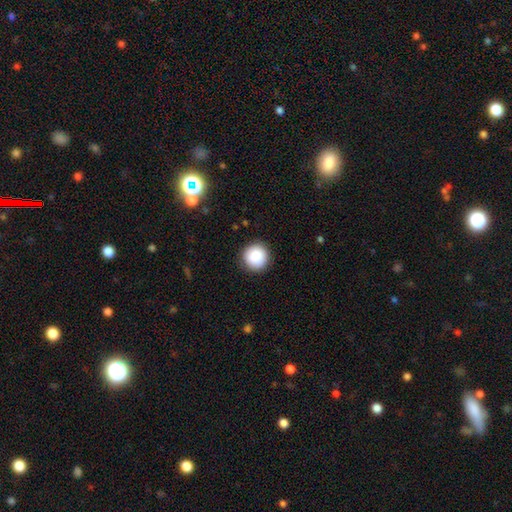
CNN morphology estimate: smooth-or-featured: smooth: 87% | star or artifact: 8% | featured or disk: 5%
  how-rounded: round: 95% | in between: 4% | cigar-shaped: 1%
  merging: none: 91% | minor disturbance: 7% | major disturbance: 2% | merger: 1%